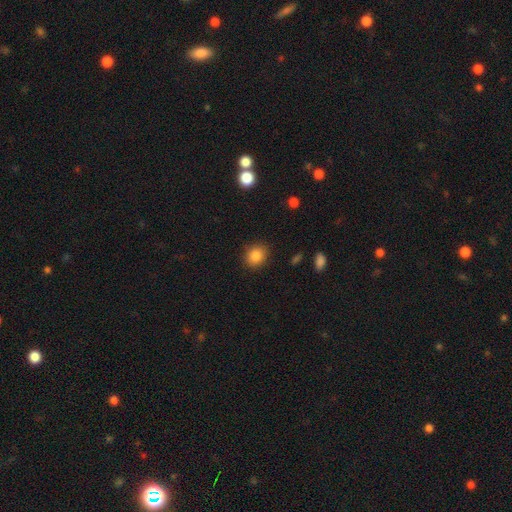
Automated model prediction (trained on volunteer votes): Q: Smooth or featured?
A: smooth (85%); runner-up: star or artifact (10%)
Q: How rounded?
A: round (67%); runner-up: in between (32%)
Q: Merging?
A: none (88%); runner-up: minor disturbance (8%)